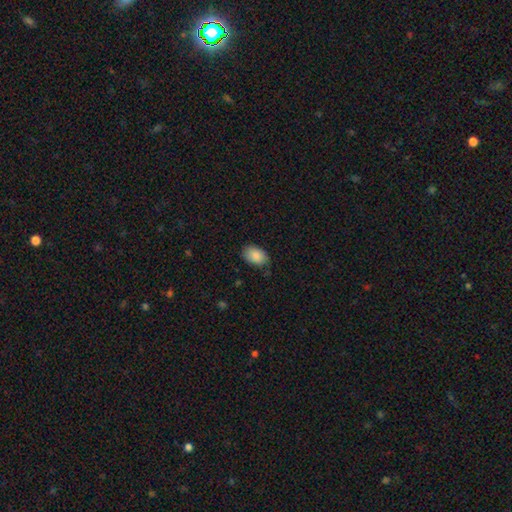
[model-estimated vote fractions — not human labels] Smooth or featured? smooth (87%)
How rounded? in between (84%)
Merging? none (78%)